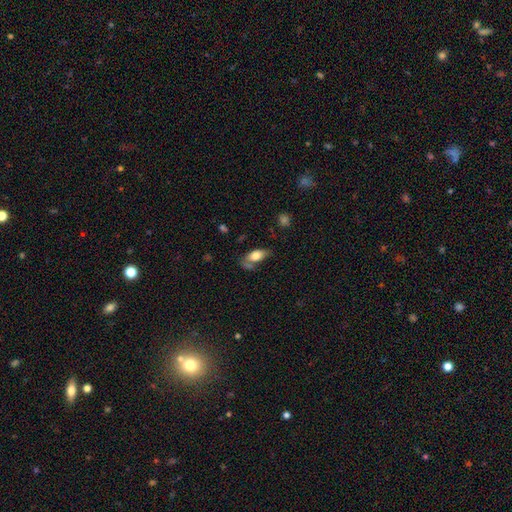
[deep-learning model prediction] A smooth galaxy with no disk features (75%) that is in between round and cigar-shaped (89%). Merging: none (50%).